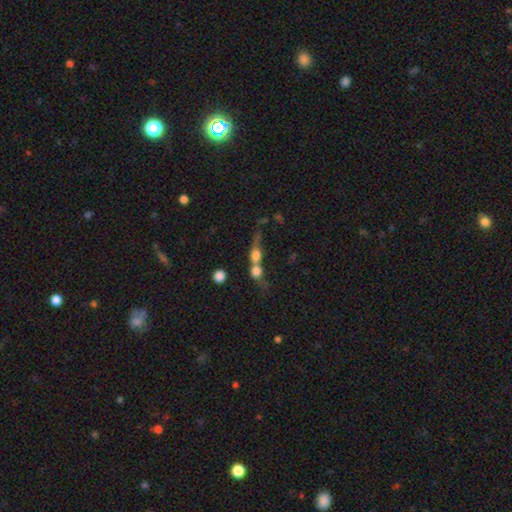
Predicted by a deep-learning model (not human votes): Morphology: type=smooth (65%); roundness=round (57%); merging=merger (66%).